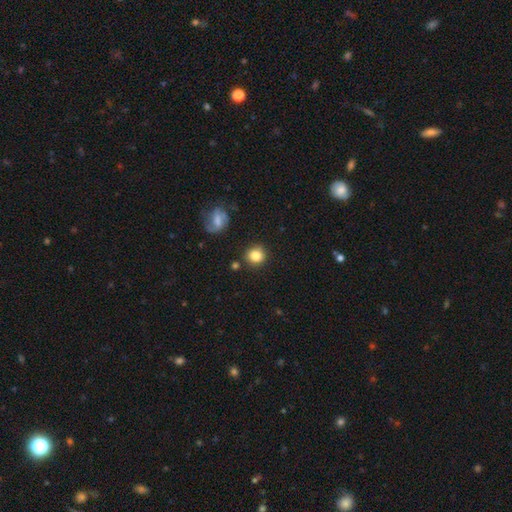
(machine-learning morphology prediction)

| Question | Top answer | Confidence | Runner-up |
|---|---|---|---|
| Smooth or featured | smooth | 82% | star or artifact (9%) |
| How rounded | round | 87% | in between (12%) |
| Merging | none | 84% | minor disturbance (9%) |